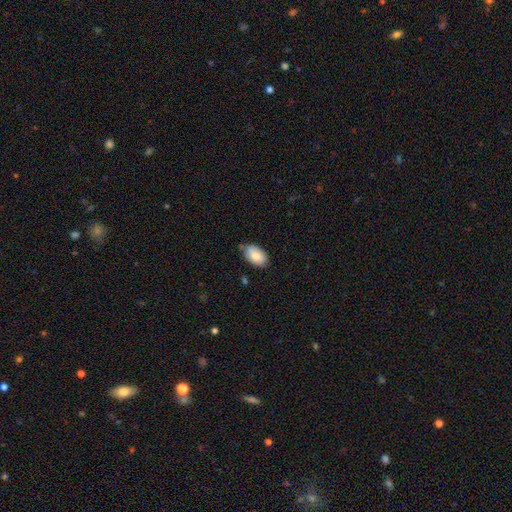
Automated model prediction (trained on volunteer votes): Overall: smooth (81%). How rounded: in between (93%). Merging: none (76%).